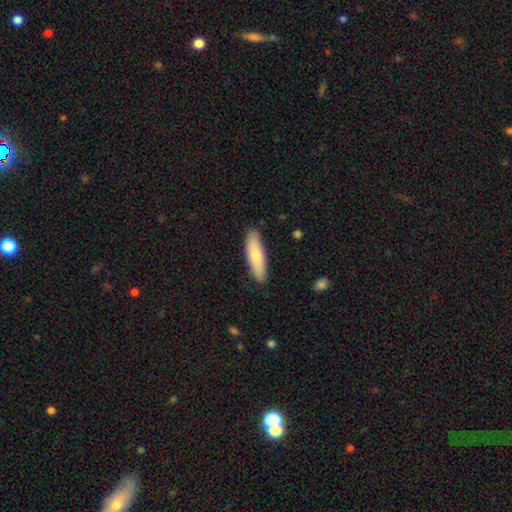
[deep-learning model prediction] Smooth or featured? smooth (79%)
How rounded? cigar-shaped (67%)
Merging? none (88%)